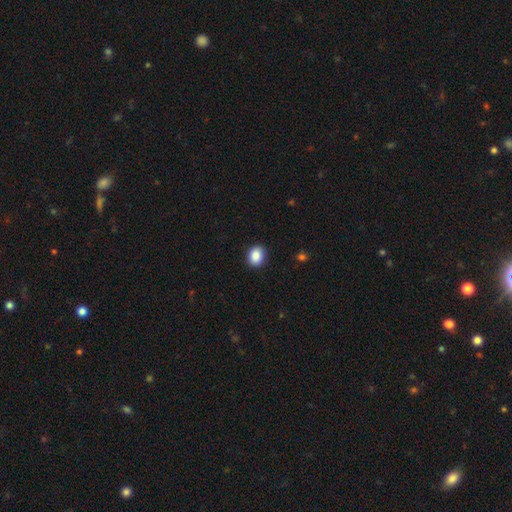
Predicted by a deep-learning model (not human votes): Overall: smooth (88%). How rounded: round (57%; in between 43%). Merging: none (90%).